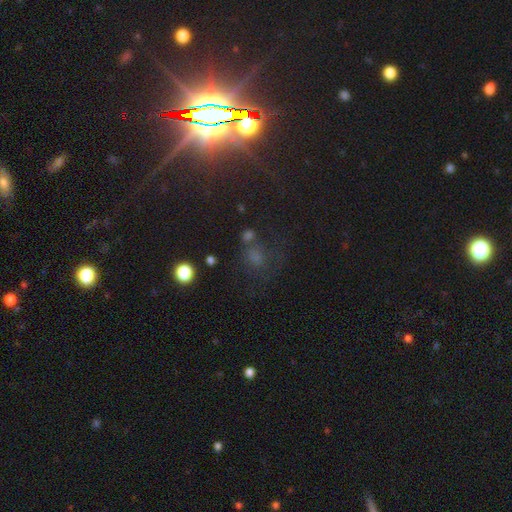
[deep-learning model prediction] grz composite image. It shows a star or artifact, not a galaxy (47%).